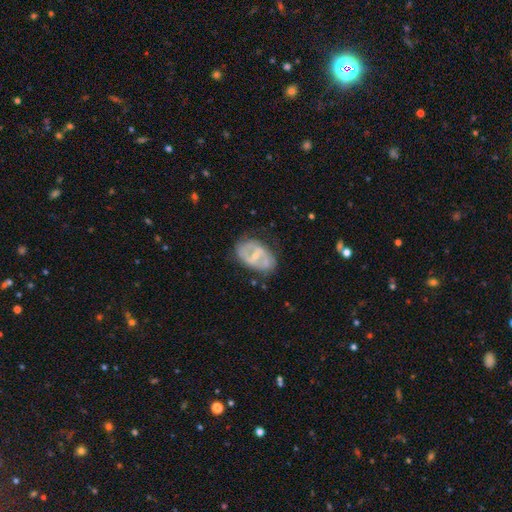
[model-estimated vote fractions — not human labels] Morphology: type=featured or disk (73%); edge-on=no (96%); bar=weak (45%); spiral arms=yes (62%); bulge=small (57%); merging=none (66%).